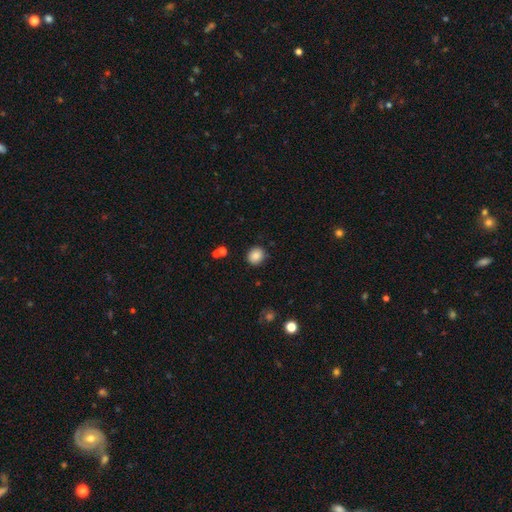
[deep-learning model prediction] Smooth or featured? Predicted: smooth (p=0.86). How rounded? Predicted: round (p=0.81). Merging? Predicted: none (p=0.86).